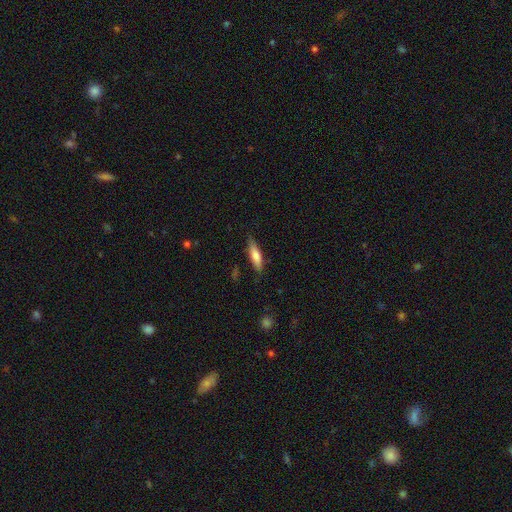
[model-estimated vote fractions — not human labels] Overall: smooth (68%). How rounded: cigar-shaped (68%; in between 30%). Merging: none (81%).